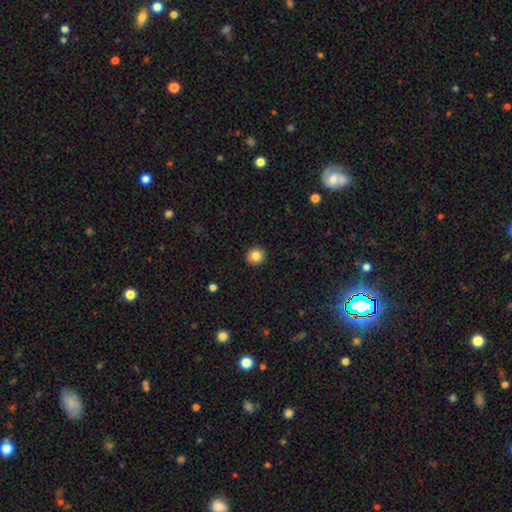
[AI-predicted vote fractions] This appears to be a smooth galaxy with no disk features (83%) that is round (93%). Merging: none (93%).